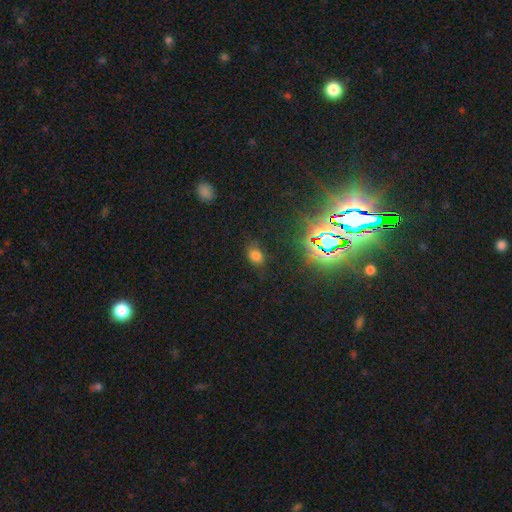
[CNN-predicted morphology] Overall: smooth (66%; star or artifact 27%). How rounded: in between (66%; round 32%). Merging: none (75%).